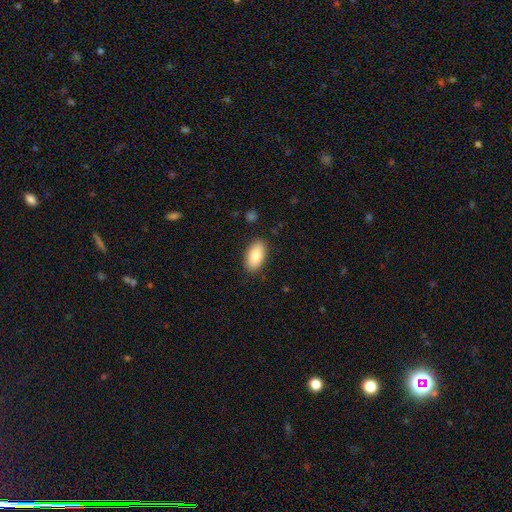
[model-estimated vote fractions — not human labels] The model was most divided on "smooth or featured": smooth: 85%, featured or disk: 9%, star or artifact: 6%. More confident: how rounded — in between (94%); merging — none (87%).